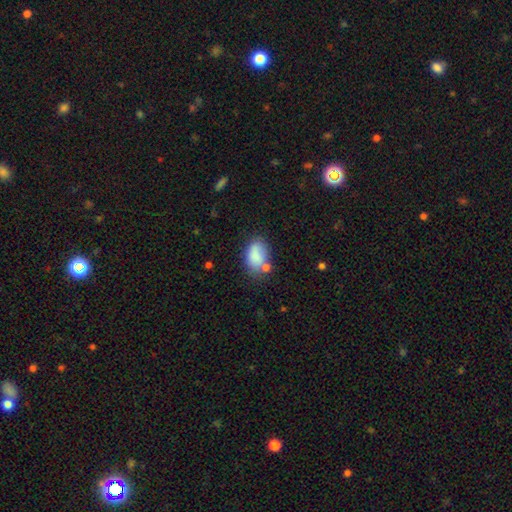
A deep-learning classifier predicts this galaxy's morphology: smooth_or_featured: smooth (p=0.83) [alt: featured or disk p=0.09]
how_rounded: in between (p=0.87) [alt: round p=0.12]
merging: none (p=0.56) [alt: minor disturbance p=0.22]